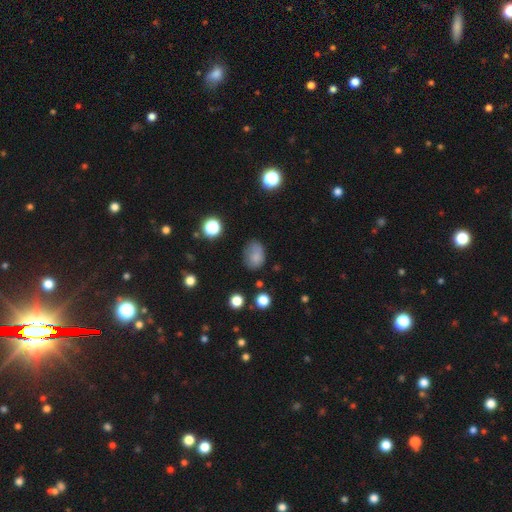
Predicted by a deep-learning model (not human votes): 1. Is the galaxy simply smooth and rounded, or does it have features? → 78% smooth, 13% star or artifact, 9% featured or disk.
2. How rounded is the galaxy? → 75% in between, 24% round, 1% cigar-shaped.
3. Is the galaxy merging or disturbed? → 61% none, 26% minor disturbance, 9% major disturbance, 3% merger.